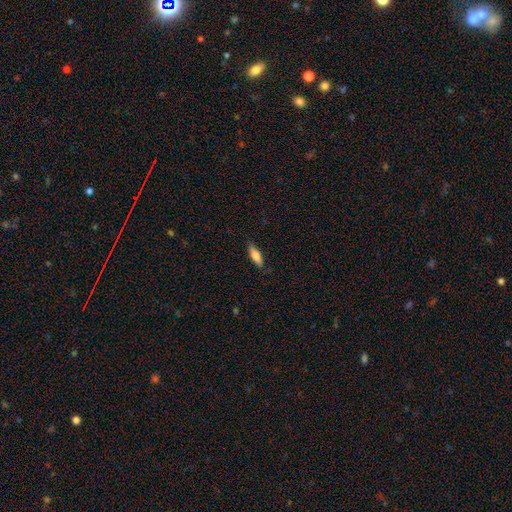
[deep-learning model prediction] smooth 71%, featured or disk 23%, star or artifact 6%. Down the decision tree: how rounded — cigar-shaped (52%); merging — none (83%).